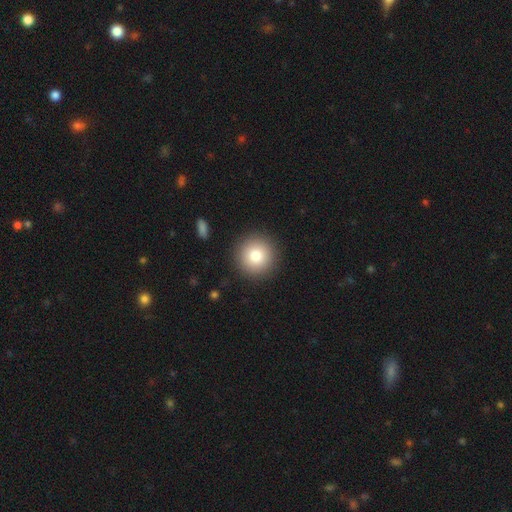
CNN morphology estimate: This is clearly a smooth galaxy (81%). How rounded: clearly round (96%). Merging: clearly none (91%).